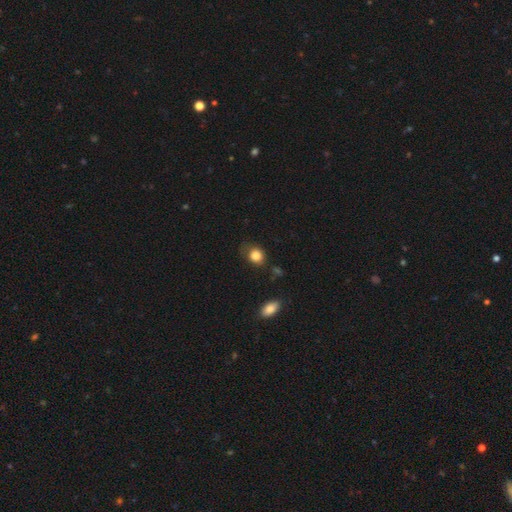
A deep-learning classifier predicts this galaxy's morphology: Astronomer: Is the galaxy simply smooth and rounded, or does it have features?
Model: smooth — 84%.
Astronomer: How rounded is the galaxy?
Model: round — 62% (runner-up: in between, 37%).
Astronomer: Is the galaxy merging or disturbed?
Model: none — 55%.